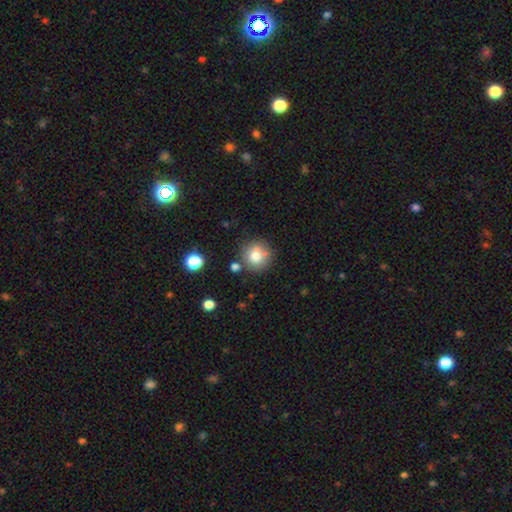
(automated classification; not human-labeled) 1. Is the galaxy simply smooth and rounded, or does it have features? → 76% smooth, 13% featured or disk, 11% star or artifact.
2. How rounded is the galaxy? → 89% round, 10% in between, 1% cigar-shaped.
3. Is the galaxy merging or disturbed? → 70% none, 14% minor disturbance, 12% merger, 4% major disturbance.